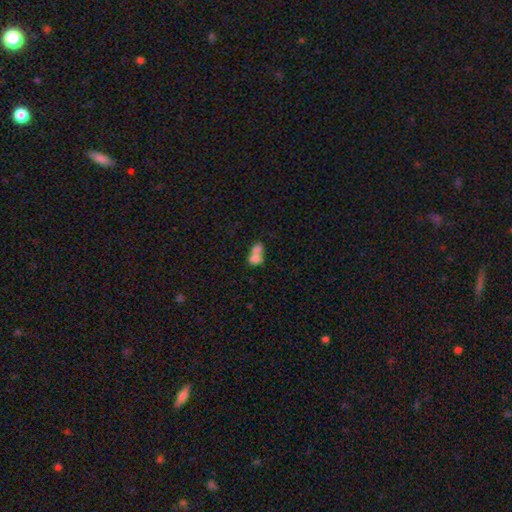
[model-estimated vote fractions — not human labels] Morphology: type=smooth (72%); roundness=in between (68%); merging=merger (73%).